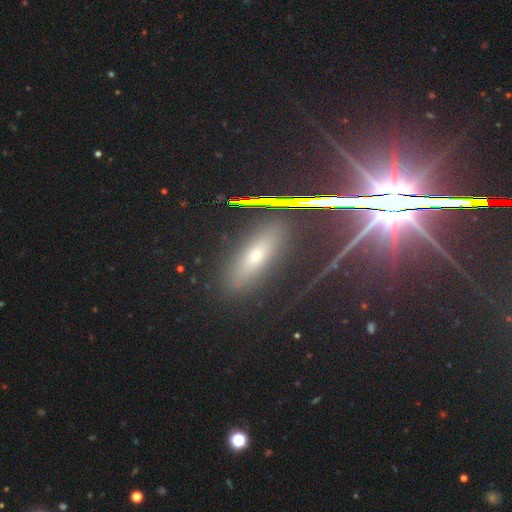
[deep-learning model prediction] Overall: smooth (41%; star or artifact 34%). Merging: none (85%).